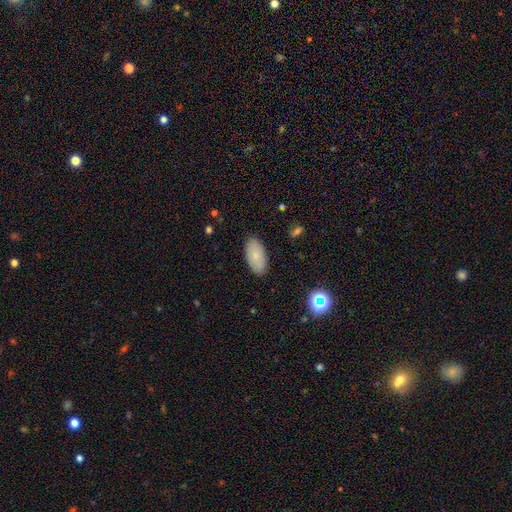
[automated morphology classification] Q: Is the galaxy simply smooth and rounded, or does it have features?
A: smooth — 81%.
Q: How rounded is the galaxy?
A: in between — 94%.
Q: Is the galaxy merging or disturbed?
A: none — 88%.